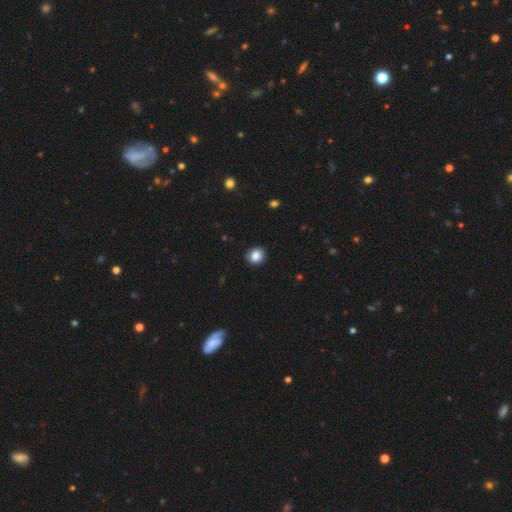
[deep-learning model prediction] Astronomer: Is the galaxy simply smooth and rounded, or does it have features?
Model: smooth — 86%.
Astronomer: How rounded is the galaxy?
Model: round — 80%.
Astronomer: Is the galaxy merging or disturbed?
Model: none — 89%.